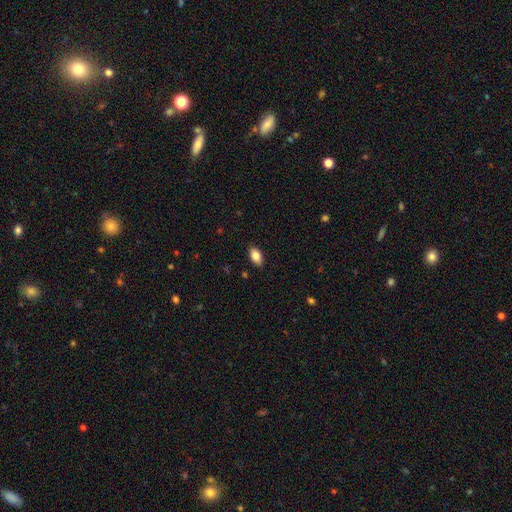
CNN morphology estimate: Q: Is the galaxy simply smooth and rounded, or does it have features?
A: smooth — 84%.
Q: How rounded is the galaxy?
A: in between — 92%.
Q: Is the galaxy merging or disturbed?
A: none — 88%.